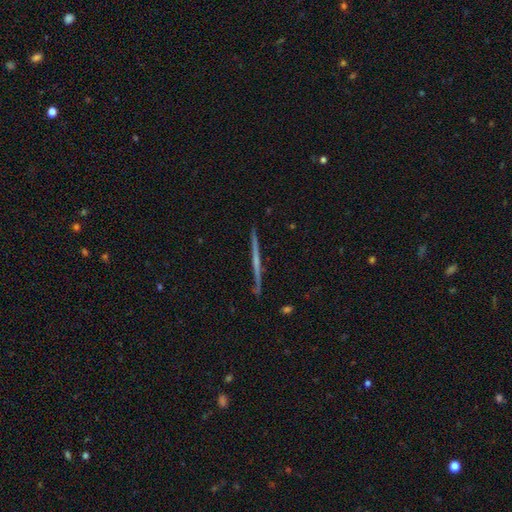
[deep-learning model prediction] Smooth or featured?
  - featured or disk: 66% *
  - smooth: 23%
  - star or artifact: 11%
Edge-on disk?
  - yes: 96% *
  - no: 4%
Edge-on bulge?
  - none: 52% *
  - rounded: 39%
  - boxy: 9%
Merging?
  - none: 88% *
  - minor disturbance: 8%
  - major disturbance: 2%
  - merger: 2%